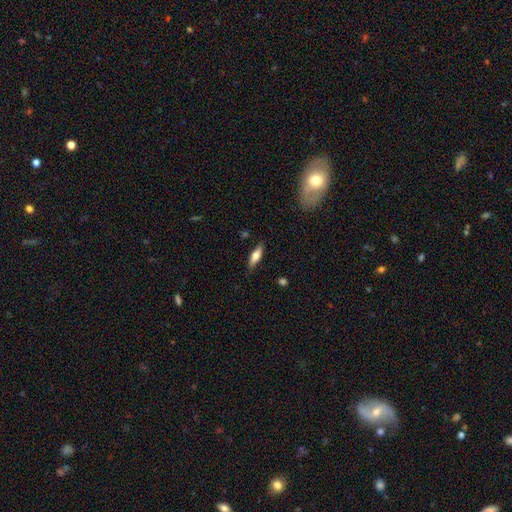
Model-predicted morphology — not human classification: smooth-or-featured: smooth: 59% | featured or disk: 35% | star or artifact: 6%
  how-rounded: cigar-shaped: 52% | in between: 46% | round: 2%
  merging: none: 86% | minor disturbance: 10% | major disturbance: 2% | merger: 1%